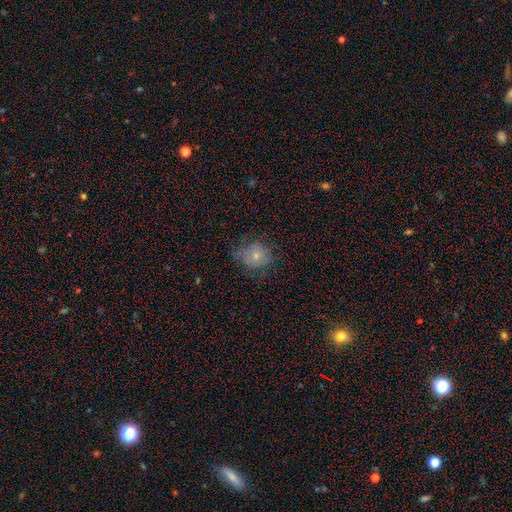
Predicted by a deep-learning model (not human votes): Overall: smooth (70%). How rounded: round (74%). Merging: none (62%; minor disturbance 26%).